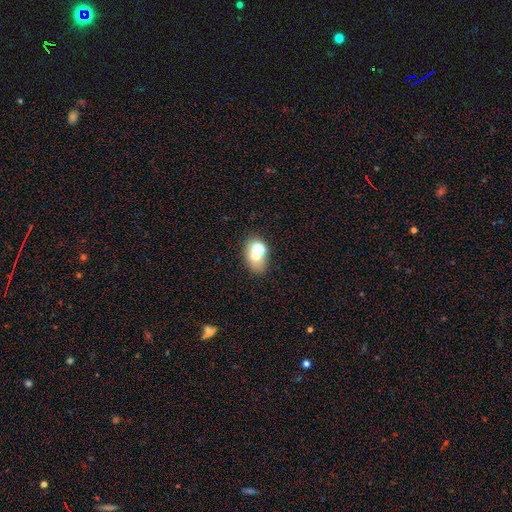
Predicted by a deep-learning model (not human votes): A smooth galaxy with no disk features (63%) that is in between round and cigar-shaped (65%). Merging: none (53%).